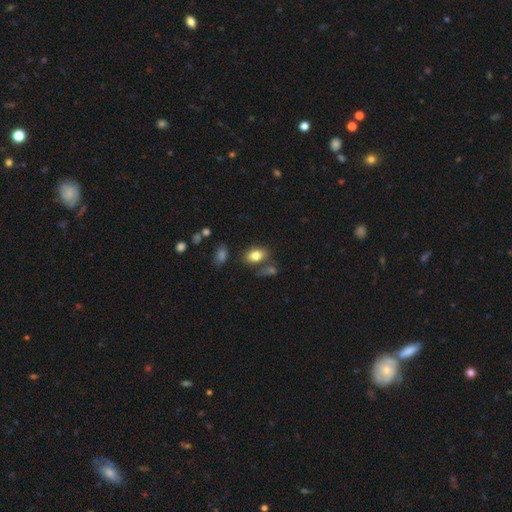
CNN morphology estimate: smooth 81%, featured or disk 10%, star or artifact 9%. Down the decision tree: how rounded — in between (85%); merging — none (68%).